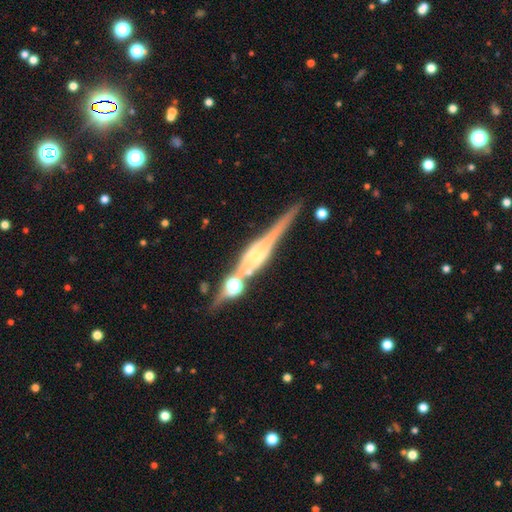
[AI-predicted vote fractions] Smooth or featured? featured or disk (82%)
Edge-on disk? yes (96%)
Edge-on bulge? rounded (53%)
Merging? none (73%)